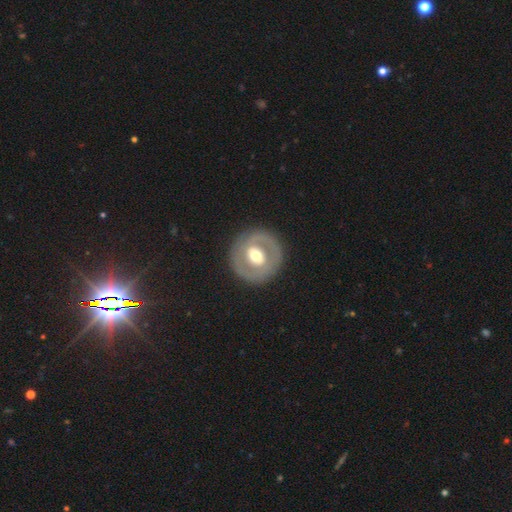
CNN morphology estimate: smooth-or-featured: featured or disk: 56% | smooth: 38% | star or artifact: 5%
  disk-edge-on: no: 96% | yes: 4%
    bar: no: 47% | weak: 34% | strong: 20%
    has-spiral-arms: no: 76% | yes: 24%
    bulge-size: moderate: 69% | large: 19% | small: 10% | dominant: 2% | none: 1%
  merging: none: 86% | minor disturbance: 9% | major disturbance: 4% | merger: 1%